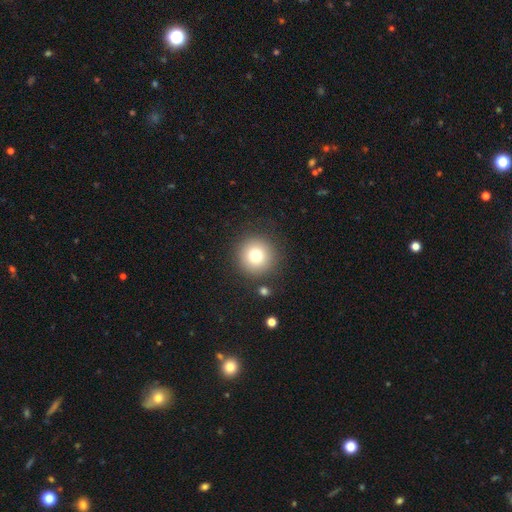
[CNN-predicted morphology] Smooth or featured? Predicted: smooth (p=0.77). How rounded? Predicted: round (p=0.96). Merging? Predicted: none (p=0.87).